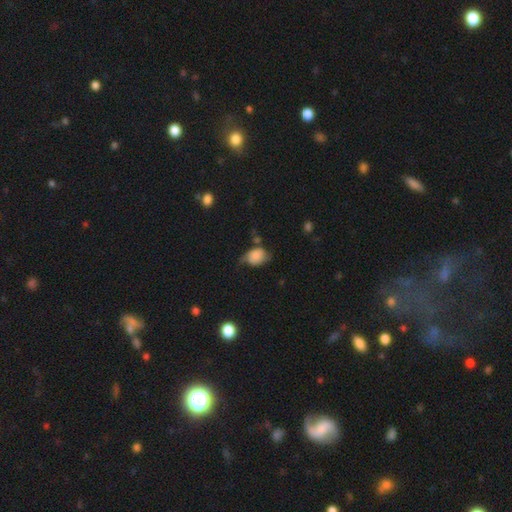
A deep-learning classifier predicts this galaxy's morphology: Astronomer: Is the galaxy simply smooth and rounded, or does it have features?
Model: smooth — 61%.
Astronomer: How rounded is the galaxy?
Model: in between — 66%.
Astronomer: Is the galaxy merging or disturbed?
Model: minor disturbance — 38% (runner-up: none, 35%).